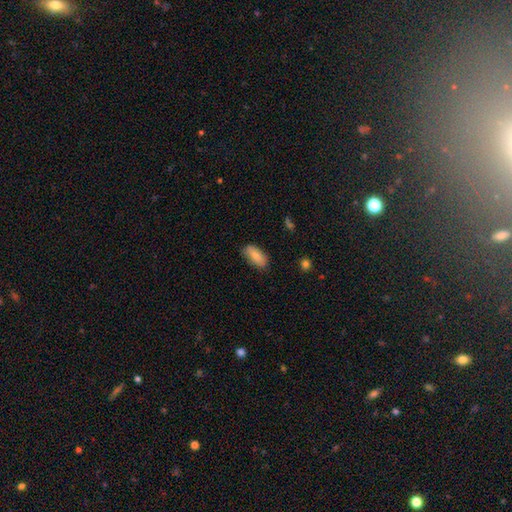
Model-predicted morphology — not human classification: Overall: smooth (82%). How rounded: in between (88%). Merging: none (76%).